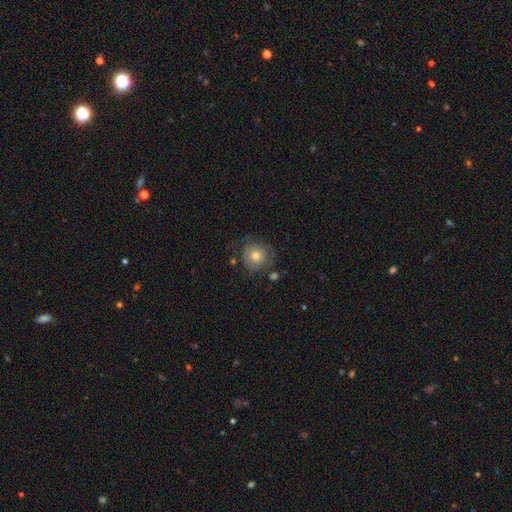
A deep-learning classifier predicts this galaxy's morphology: Smooth or featured?
  - smooth: 66% *
  - featured or disk: 23%
  - star or artifact: 11%
How rounded?
  - round: 91% *
  - in between: 8%
  - cigar-shaped: 1%
Merging?
  - none: 73% *
  - minor disturbance: 17%
  - major disturbance: 7%
  - merger: 3%